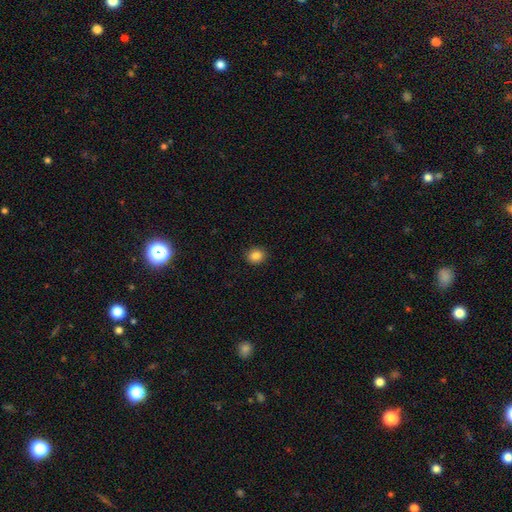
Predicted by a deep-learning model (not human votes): Morphology: type=smooth (86%); roundness=round (71%); merging=none (91%).